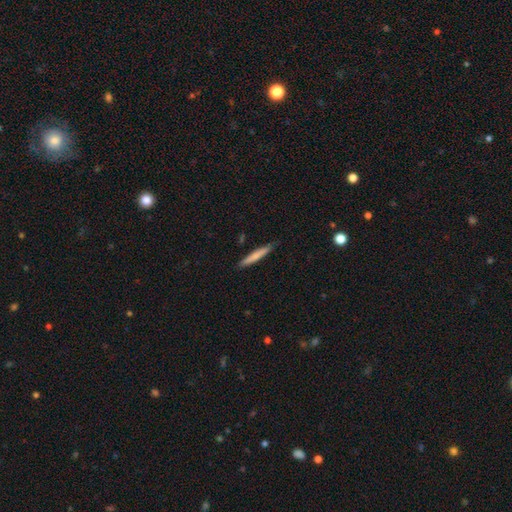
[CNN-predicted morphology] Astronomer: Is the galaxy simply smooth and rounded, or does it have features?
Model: smooth — 71%.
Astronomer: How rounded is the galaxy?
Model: cigar-shaped — 95%.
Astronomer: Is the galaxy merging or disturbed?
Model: none — 87%.